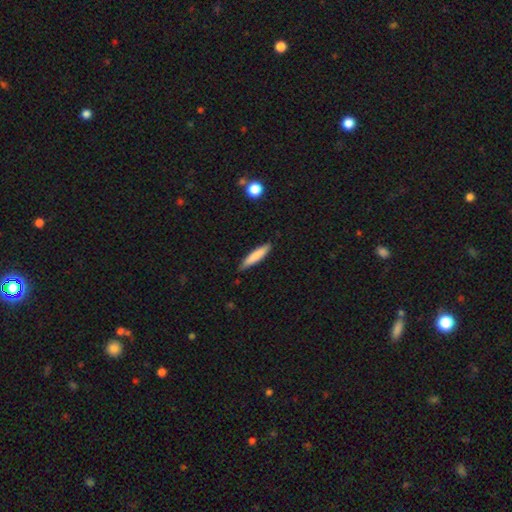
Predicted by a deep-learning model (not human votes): Morphology: type=smooth (78%); roundness=cigar-shaped (87%); merging=none (84%).